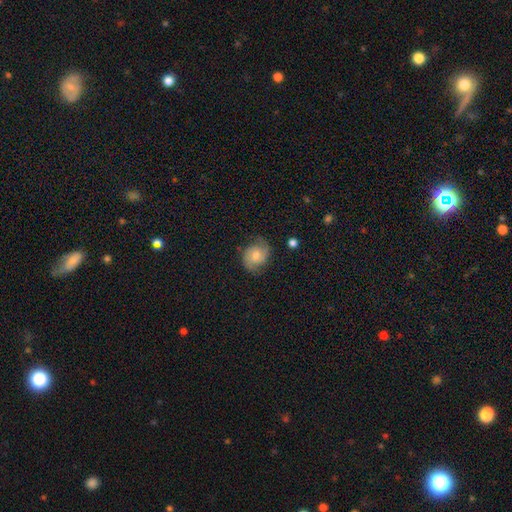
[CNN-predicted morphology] Smooth or featured? featured or disk (49%)
Merging? none (70%)